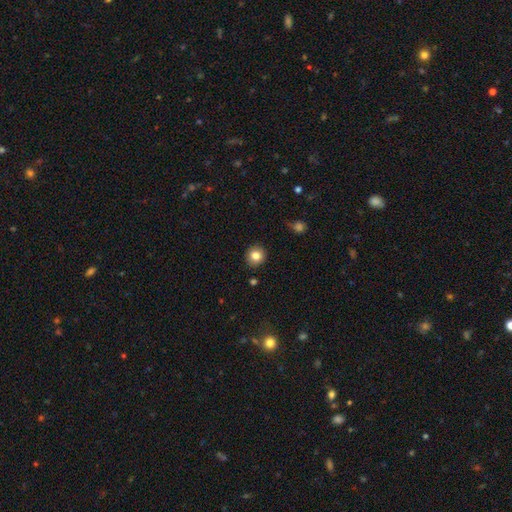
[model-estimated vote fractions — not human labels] A smooth galaxy with no disk features (82%) that is round (90%).

Vote fractions:
- Smooth or featured? smooth: 82% / star or artifact: 10% / featured or disk: 7%
- How rounded? round: 90% / in between: 9% / cigar-shaped: 1%
- Merging? none: 89% / minor disturbance: 7% / major disturbance: 2% / merger: 1%